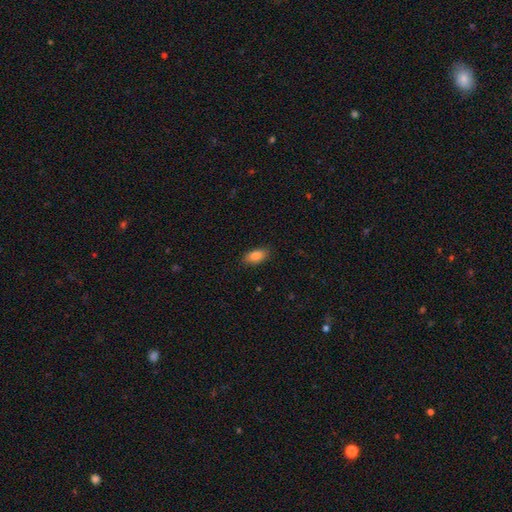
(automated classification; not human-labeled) smooth_or_featured: smooth (p=0.86) [alt: star or artifact p=0.07]
how_rounded: in between (p=0.90) [alt: cigar-shaped p=0.06]
merging: none (p=0.86) [alt: minor disturbance p=0.10]